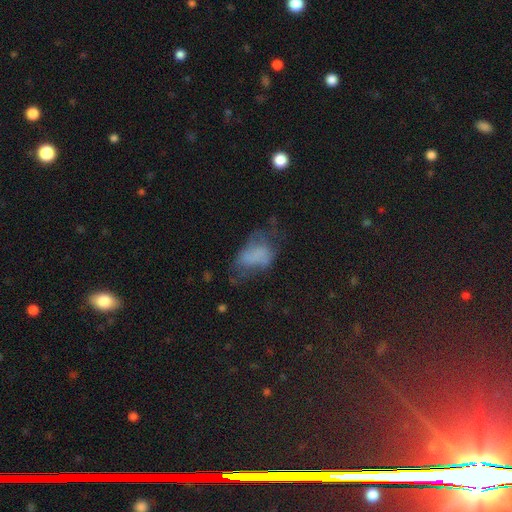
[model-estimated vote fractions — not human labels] A smooth galaxy with no disk features (53%) that is in between round and cigar-shaped (87%).

Vote fractions:
- Smooth or featured? smooth: 53% / featured or disk: 32% / star or artifact: 15%
- How rounded? in between: 87% / round: 10% / cigar-shaped: 2%
- Merging? major disturbance: 41% / none: 28% / minor disturbance: 26% / merger: 5%